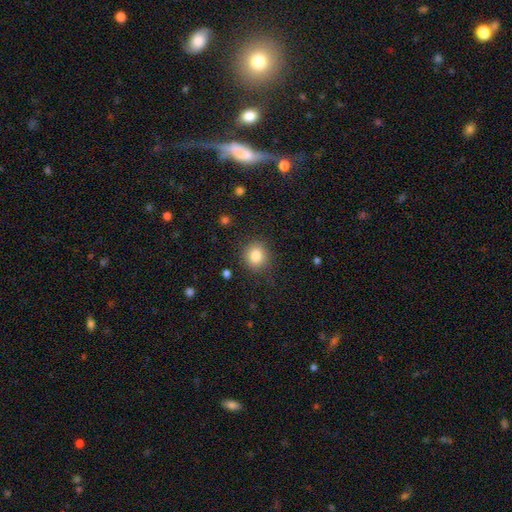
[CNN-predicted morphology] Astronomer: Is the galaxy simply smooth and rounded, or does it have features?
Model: smooth — 84%.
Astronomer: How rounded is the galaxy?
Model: round — 81%.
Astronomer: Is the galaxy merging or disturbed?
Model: none — 85%.